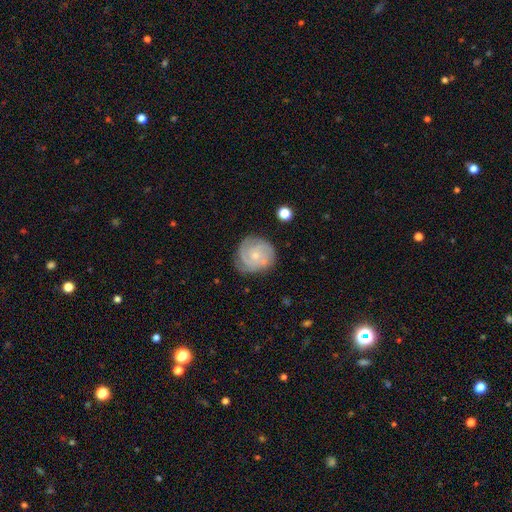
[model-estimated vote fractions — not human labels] smooth-or-featured: featured or disk: 71% | smooth: 23% | star or artifact: 6%
  disk-edge-on: no: 98% | yes: 2%
    bar: no: 78% | weak: 20% | strong: 3%
    has-spiral-arms: yes: 93% | no: 7%
      spiral-winding: tight: 64% | medium: 29% | loose: 7%
      spiral-arm-count: 3: 36% | can't tell: 26% | 2: 19% | 4: 9% | 1: 5% | more than 4: 5%
    bulge-size: small: 69% | moderate: 26% | none: 3% | large: 1% | dominant: 1%
  merging: none: 74% | minor disturbance: 19% | major disturbance: 6% | merger: 2%